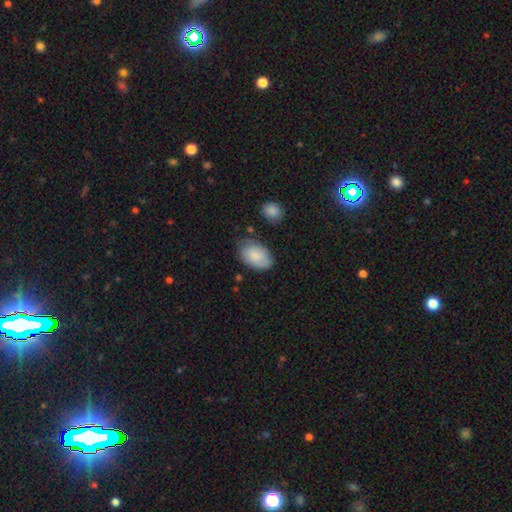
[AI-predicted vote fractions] Smooth or featured? Predicted: smooth (p=0.86). How rounded? Predicted: in between (p=0.92). Merging? Predicted: none (p=0.69).